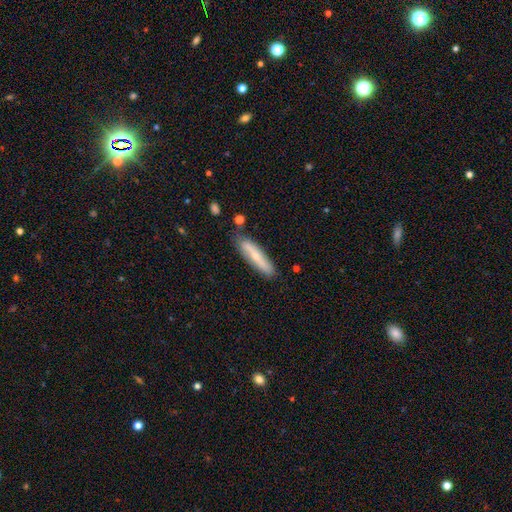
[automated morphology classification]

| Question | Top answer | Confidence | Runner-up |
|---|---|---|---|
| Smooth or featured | smooth | 50% | featured or disk (44%) |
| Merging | none | 81% | minor disturbance (14%) |